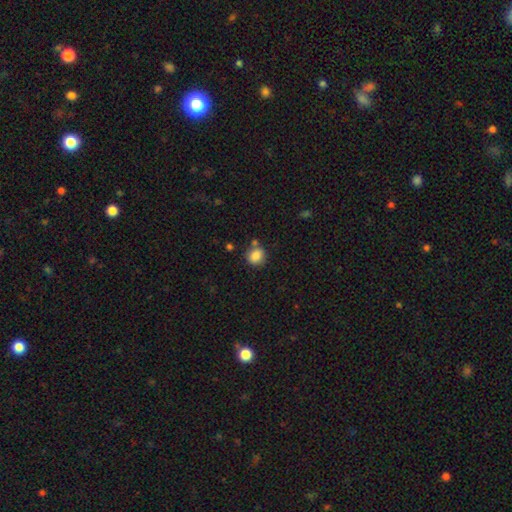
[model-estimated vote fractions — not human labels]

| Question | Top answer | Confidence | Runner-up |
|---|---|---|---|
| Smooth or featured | smooth | 86% | star or artifact (10%) |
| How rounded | round | 77% | in between (22%) |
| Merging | none | 73% | minor disturbance (13%) |